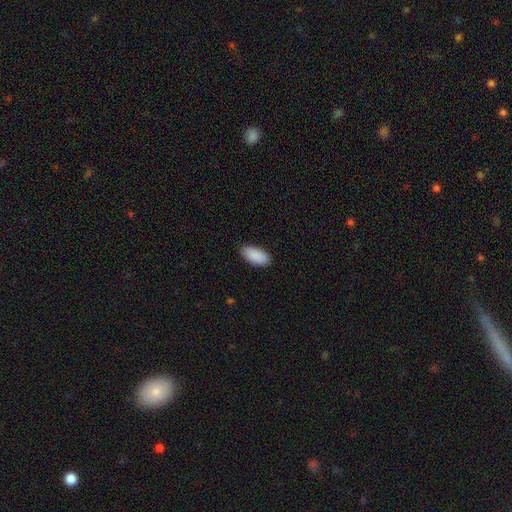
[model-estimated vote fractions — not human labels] A smooth galaxy with no disk features (91%) that is in between round and cigar-shaped (92%). Merging: none (88%).